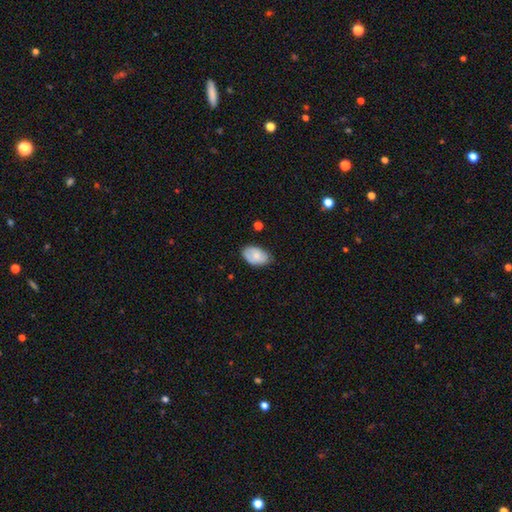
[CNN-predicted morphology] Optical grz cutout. It shows a smooth galaxy with no disk features (70%) that is in between round and cigar-shaped (91%). Merging: none (67%).